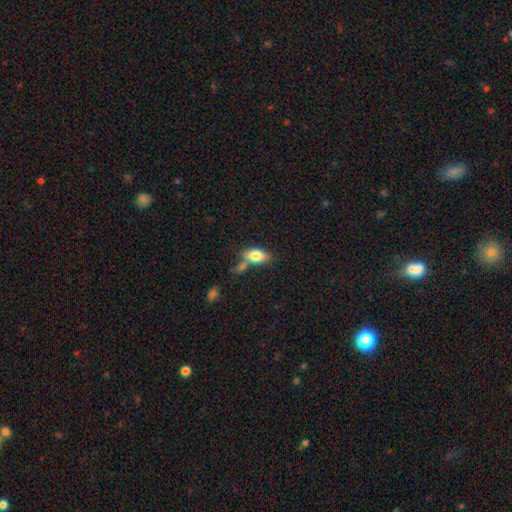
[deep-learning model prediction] Smooth or featured? smooth (79%)
How rounded? in between (87%)
Merging? none (55%)